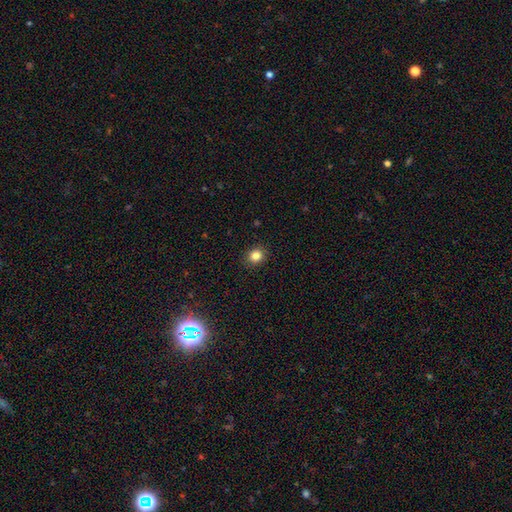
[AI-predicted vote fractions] A smooth galaxy with no disk features (84%) that is round (80%). Merging: none (91%).